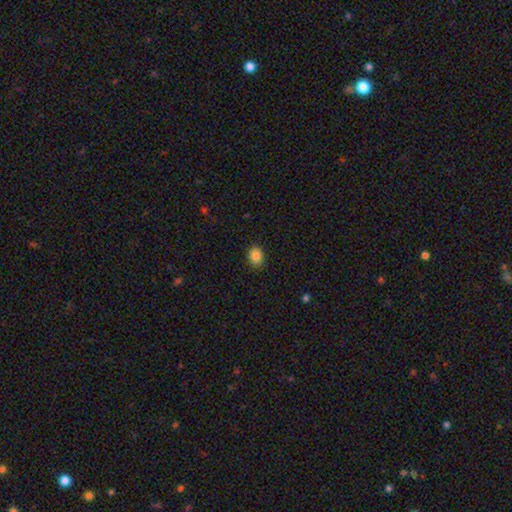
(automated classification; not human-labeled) A smooth galaxy with no disk features (86%) that is in between round and cigar-shaped (52%). Merging: none (89%).